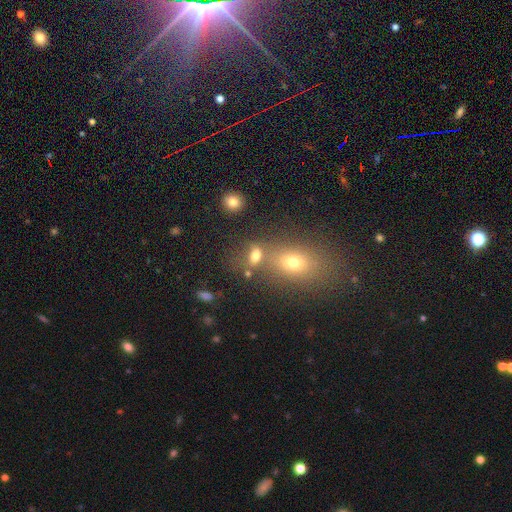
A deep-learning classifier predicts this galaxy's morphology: The model was most divided on "merging": none: 46%, merger: 33%, minor disturbance: 13%, major disturbance: 9%. More confident: how rounded — in between (70%); smooth or featured — smooth (69%).